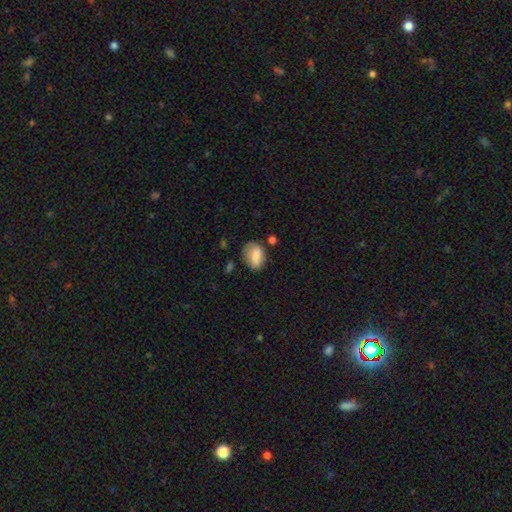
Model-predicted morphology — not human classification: A smooth galaxy with no disk features (83%) that is in between round and cigar-shaped (79%).

Vote fractions:
- Smooth or featured? smooth: 83% / featured or disk: 9% / star or artifact: 8%
- How rounded? in between: 79% / round: 20% / cigar-shaped: 2%
- Merging? none: 60% / minor disturbance: 27% / major disturbance: 8% / merger: 5%